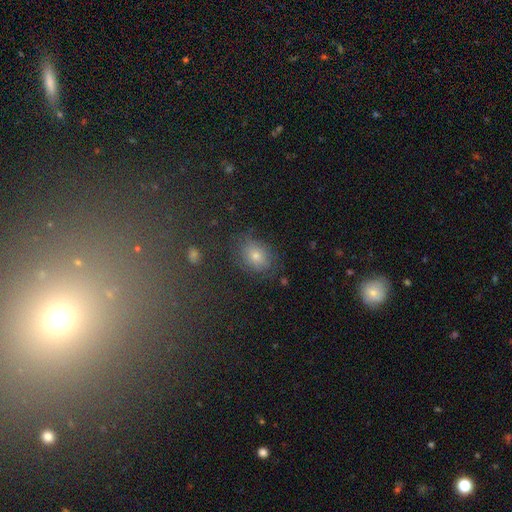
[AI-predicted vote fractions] smooth-or-featured: smooth: 62% | star or artifact: 22% | featured or disk: 16%
  how-rounded: in between: 63% | round: 35% | cigar-shaped: 2%
  merging: none: 77% | minor disturbance: 15% | major disturbance: 6% | merger: 2%